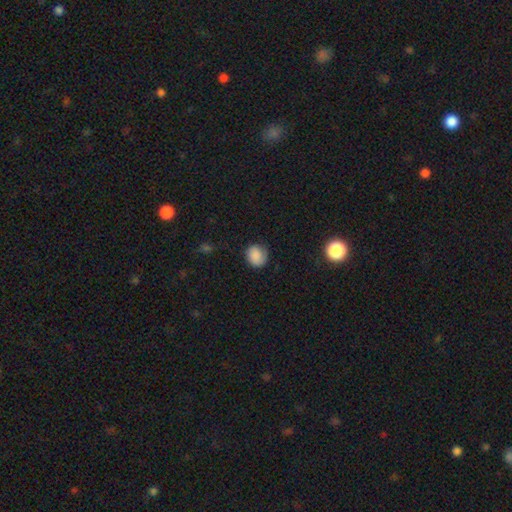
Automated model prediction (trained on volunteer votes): This is likely a smooth galaxy (75%). How rounded: likely round (75%). Merging: likely none (67%).